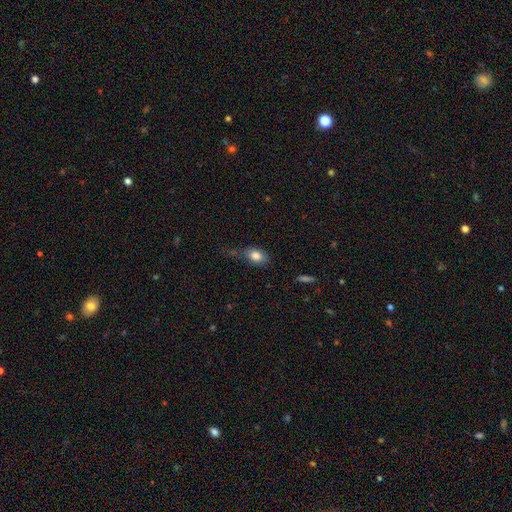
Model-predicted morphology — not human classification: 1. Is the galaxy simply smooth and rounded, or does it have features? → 82% smooth, 9% featured or disk, 9% star or artifact.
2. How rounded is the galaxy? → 77% in between, 20% round, 3% cigar-shaped.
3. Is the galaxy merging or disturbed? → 50% none, 28% minor disturbance, 15% major disturbance, 6% merger.